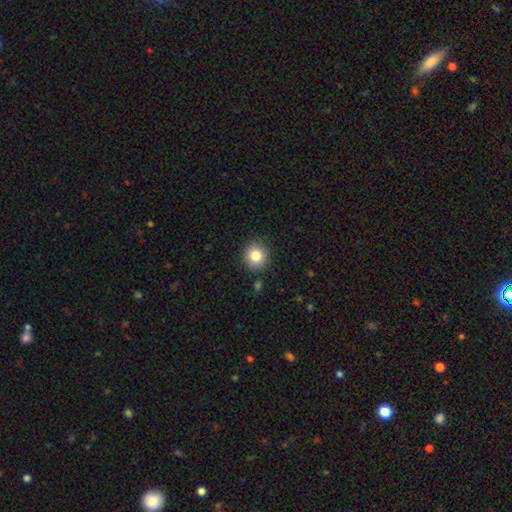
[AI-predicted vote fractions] smooth-or-featured: smooth: 83% | star or artifact: 11% | featured or disk: 7%
  how-rounded: round: 88% | in between: 12% | cigar-shaped: 1%
  merging: none: 88% | minor disturbance: 8% | major disturbance: 2% | merger: 2%